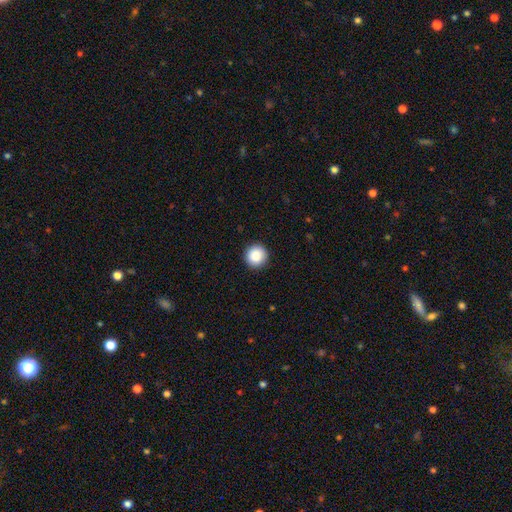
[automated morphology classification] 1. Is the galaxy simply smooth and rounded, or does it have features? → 88% smooth, 9% star or artifact, 3% featured or disk.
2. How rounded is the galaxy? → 95% round, 4% in between, 1% cigar-shaped.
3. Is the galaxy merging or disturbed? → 92% none, 5% minor disturbance, 2% major disturbance, 1% merger.